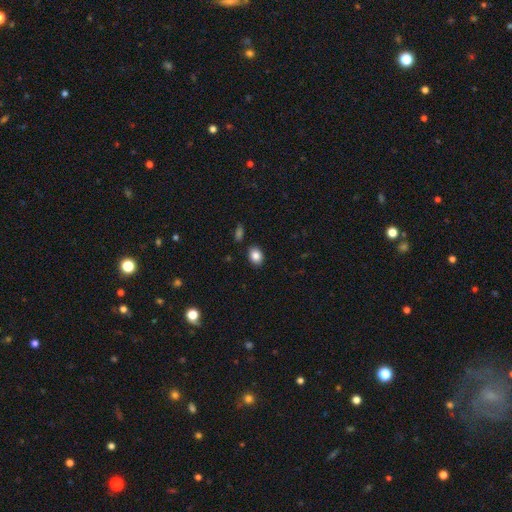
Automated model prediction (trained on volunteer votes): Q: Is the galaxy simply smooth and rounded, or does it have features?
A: smooth — 85%.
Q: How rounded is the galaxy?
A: in between — 65%.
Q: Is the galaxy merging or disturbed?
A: none — 88%.